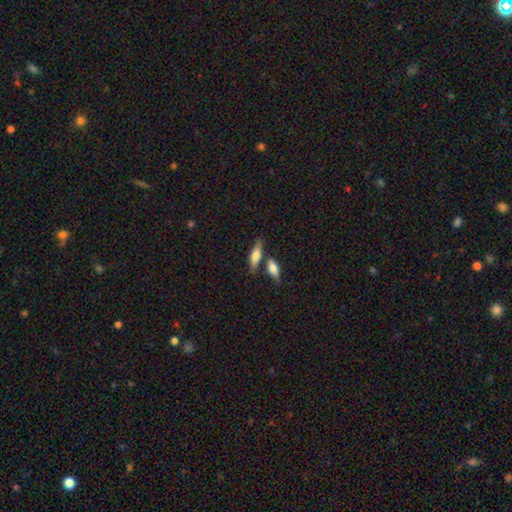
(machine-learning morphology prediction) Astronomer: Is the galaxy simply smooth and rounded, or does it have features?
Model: smooth — 59% (runner-up: featured or disk, 35%).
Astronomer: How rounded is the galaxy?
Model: cigar-shaped — 51% (runner-up: in between, 45%).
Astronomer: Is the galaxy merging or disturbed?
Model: none — 67%.